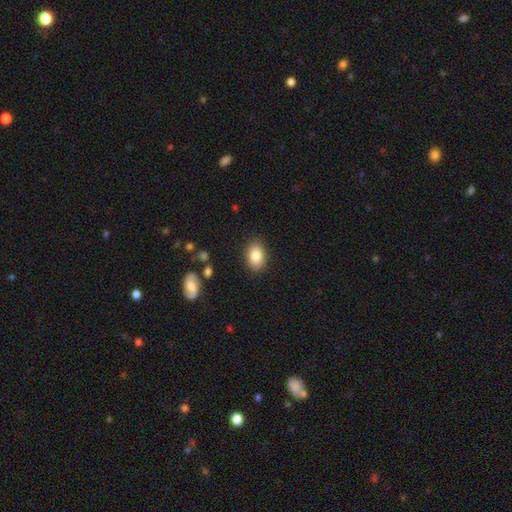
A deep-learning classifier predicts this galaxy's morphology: A smooth galaxy with no disk features (83%) that is in between round and cigar-shaped (81%). Merging: none (87%).